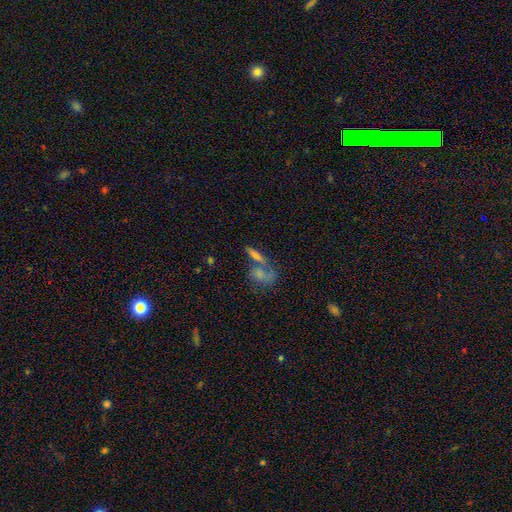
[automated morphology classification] Smooth or featured? smooth (60%)
How rounded? cigar-shaped (53%)
Merging? none (44%)